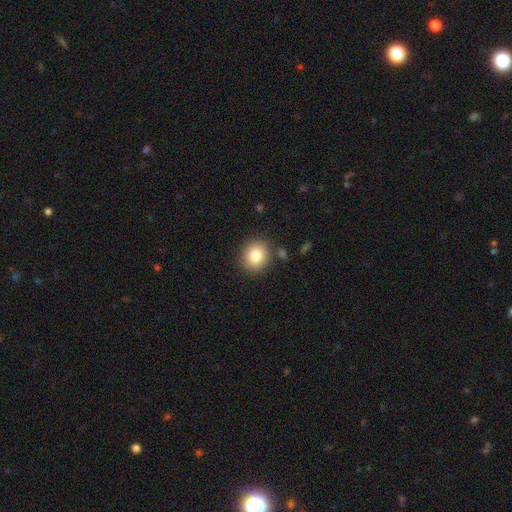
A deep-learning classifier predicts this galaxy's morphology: smooth 83%, star or artifact 9%, featured or disk 8%. Down the decision tree: how rounded — round (76%); merging — none (85%).